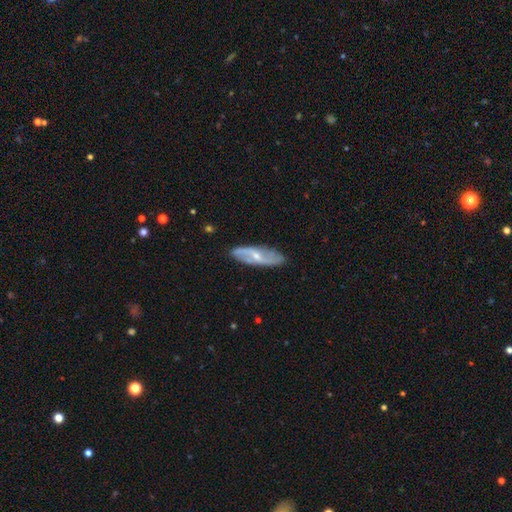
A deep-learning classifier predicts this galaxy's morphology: A featured or disk galaxy (73%) with a weak bar (42%), 2 (82%) loose (57%) spiral arms (87%) and a small central bulge (63%). Merging: none (81%).